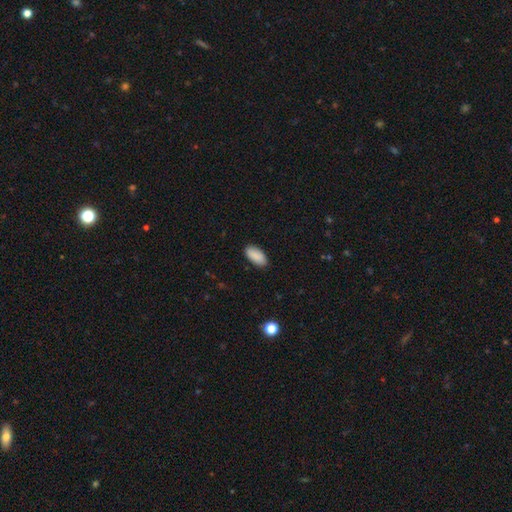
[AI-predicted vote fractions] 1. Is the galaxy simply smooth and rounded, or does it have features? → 90% smooth, 6% star or artifact, 3% featured or disk.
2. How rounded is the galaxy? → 93% in between, 5% cigar-shaped, 2% round.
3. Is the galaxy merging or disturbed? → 88% none, 9% minor disturbance, 2% major disturbance, 1% merger.